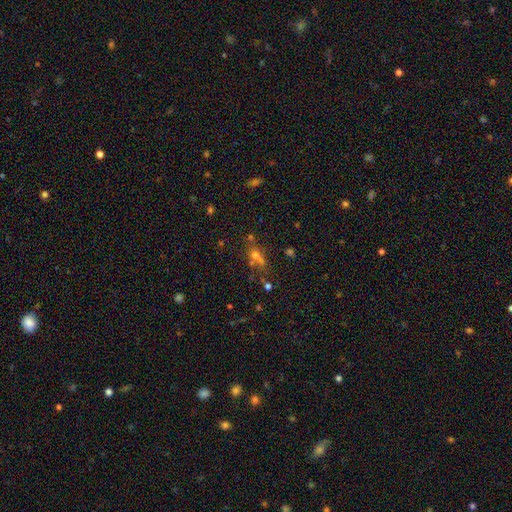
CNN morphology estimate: Overall: smooth (43%; star or artifact 37%). Merging: none (50%; merger 31%).